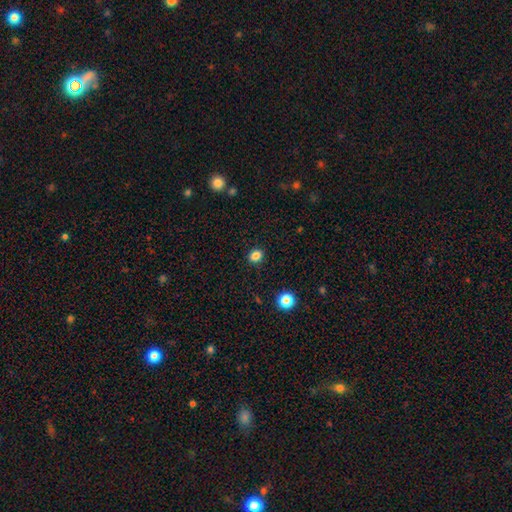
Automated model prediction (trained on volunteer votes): Q: Smooth or featured?
A: smooth (83%); runner-up: star or artifact (12%)
Q: How rounded?
A: round (56%); runner-up: in between (43%)
Q: Merging?
A: none (89%); runner-up: minor disturbance (8%)